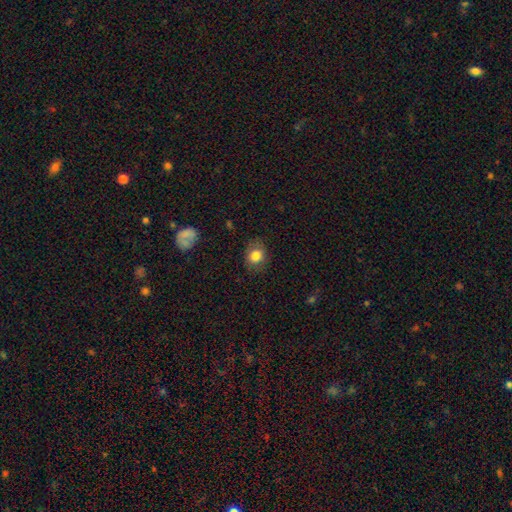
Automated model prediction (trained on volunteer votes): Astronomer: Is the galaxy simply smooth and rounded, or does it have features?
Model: smooth — 82%.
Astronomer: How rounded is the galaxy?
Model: round — 58% (runner-up: in between, 41%).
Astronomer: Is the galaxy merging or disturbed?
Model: none — 79%.